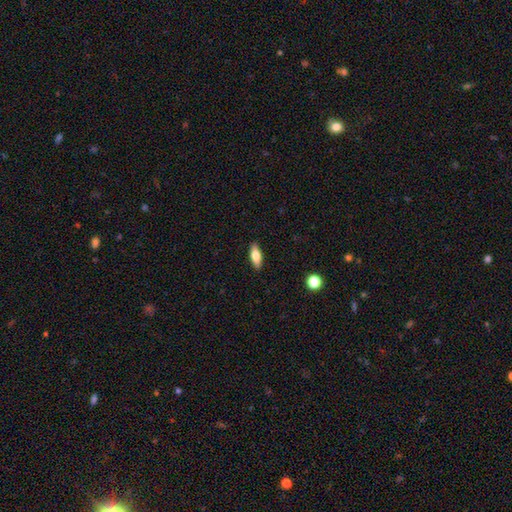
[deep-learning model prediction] A smooth galaxy with no disk features (67%) that is in between round and cigar-shaped (67%).

Vote fractions:
- Smooth or featured? smooth: 67% / featured or disk: 26% / star or artifact: 7%
- How rounded? in between: 67% / cigar-shaped: 30% / round: 3%
- Merging? none: 89% / minor disturbance: 8% / major disturbance: 2% / merger: 1%